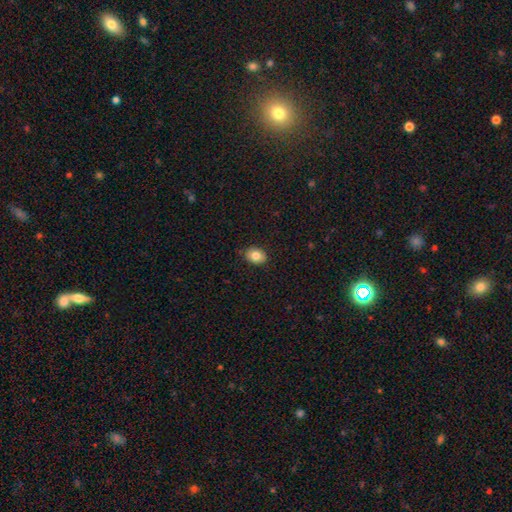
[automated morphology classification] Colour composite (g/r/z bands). It shows a smooth galaxy with no disk features (81%) that is in between round and cigar-shaped (67%). Merging: none (85%).